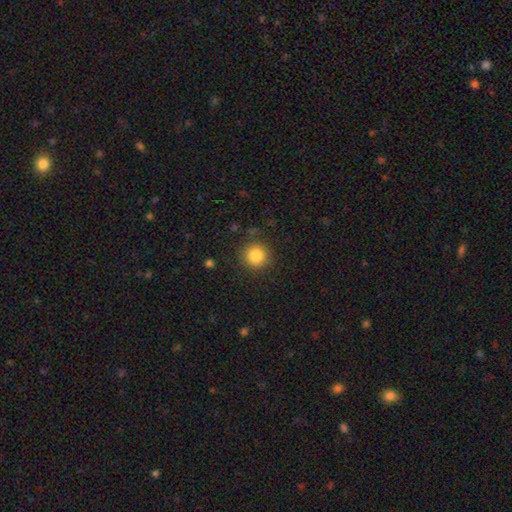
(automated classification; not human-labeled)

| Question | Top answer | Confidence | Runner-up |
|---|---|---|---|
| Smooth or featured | smooth | 84% | star or artifact (11%) |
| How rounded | round | 94% | in between (6%) |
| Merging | none | 87% | minor disturbance (9%) |